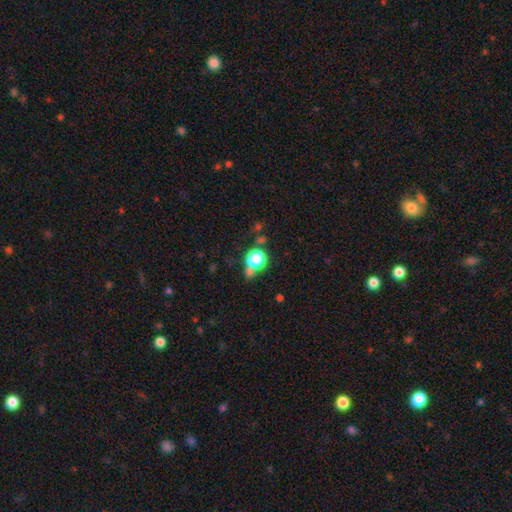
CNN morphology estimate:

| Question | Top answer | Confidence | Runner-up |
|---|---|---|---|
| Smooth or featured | smooth | 47% | star or artifact (45%) |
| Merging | none | 73% | merger (13%) |